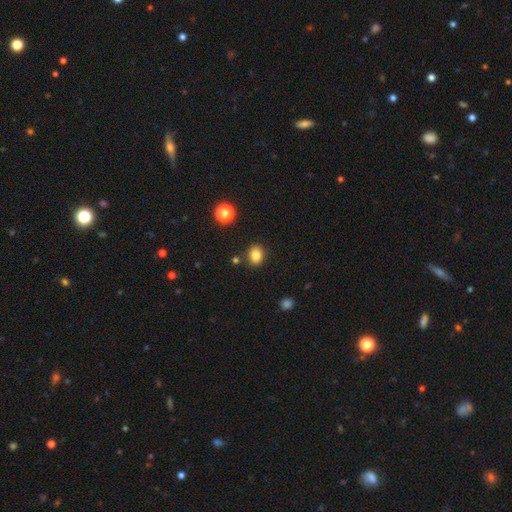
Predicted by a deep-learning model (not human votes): The model was most divided on "how rounded": round: 57%, in between: 42%, cigar-shaped: 1%. More confident: merging — none (85%); smooth or featured — smooth (83%).